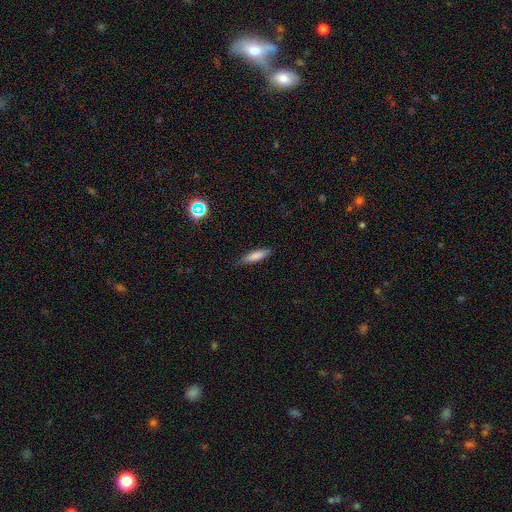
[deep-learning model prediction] Overall: smooth (77%). How rounded: cigar-shaped (75%). Merging: none (84%).